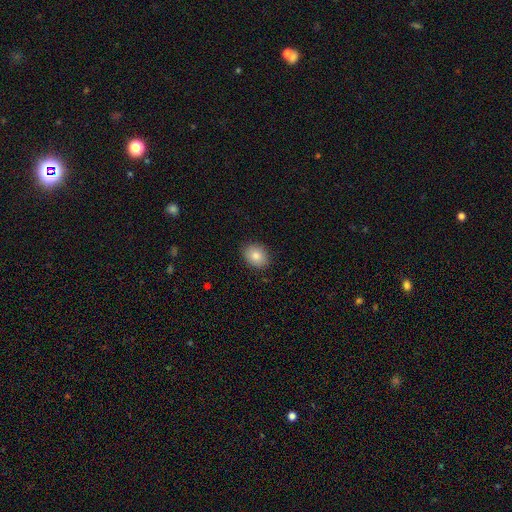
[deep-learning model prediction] This is clearly a smooth galaxy (85%). How rounded: likely in between (62%). Merging: clearly none (88%).